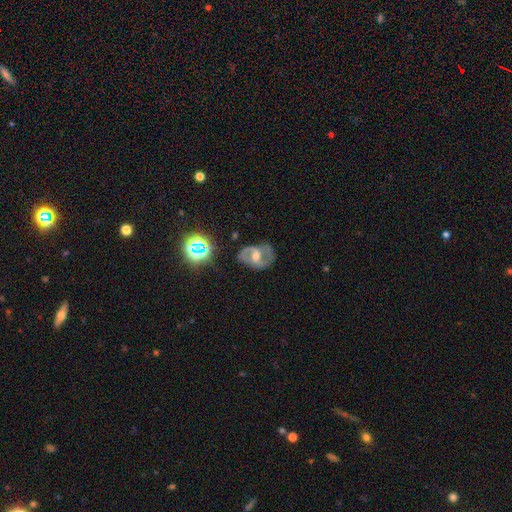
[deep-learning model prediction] The model was most divided on "bar": weak: 46%, strong: 28%, no: 26%. More confident: edge-on disk — no (97%); spiral arms — yes (87%); spiral arm count — 2 (85%); smooth or featured — featured or disk (77%); merging — none (69%); bulge size — moderate (62%); spiral winding — medium (54%).